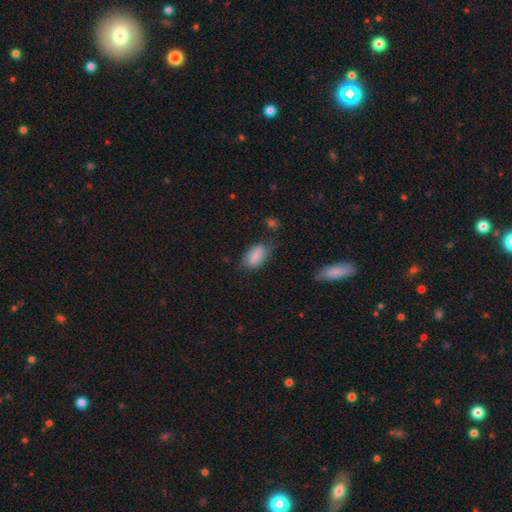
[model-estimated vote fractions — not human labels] smooth-or-featured: smooth: 80% | featured or disk: 13% | star or artifact: 7%
  how-rounded: in between: 90% | cigar-shaped: 5% | round: 5%
  merging: none: 59% | minor disturbance: 29% | major disturbance: 9% | merger: 3%